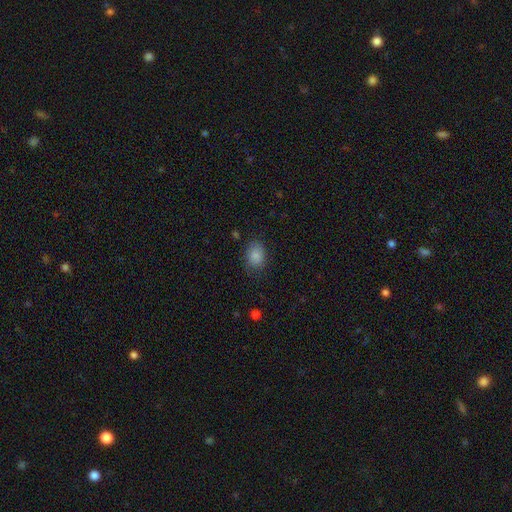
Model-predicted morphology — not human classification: smooth 86%, star or artifact 9%, featured or disk 5%. Down the decision tree: how rounded — in between (68%); merging — none (77%).